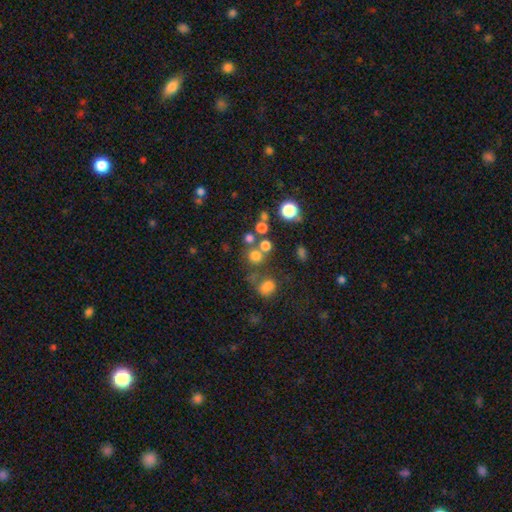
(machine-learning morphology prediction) smooth 69%, star or artifact 21%, featured or disk 10%. Down the decision tree: how rounded — round (88%); merging — none (63%).